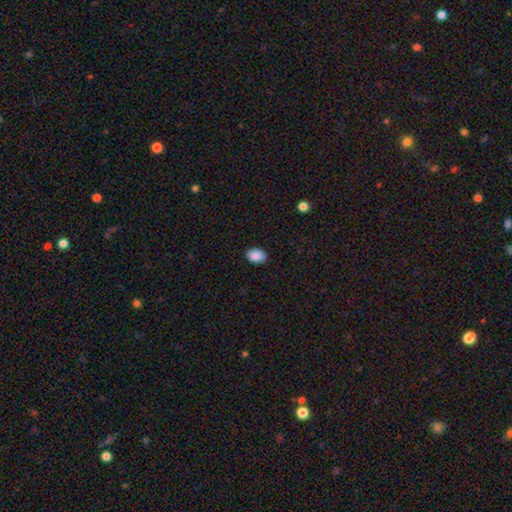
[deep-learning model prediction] Morphology: type=smooth (89%); roundness=in between (82%); merging=none (89%).